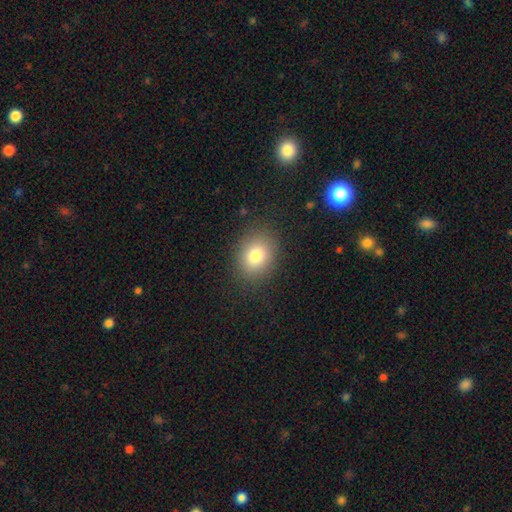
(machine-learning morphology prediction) Smooth or featured? smooth (80%)
How rounded? in between (56%)
Merging? none (85%)